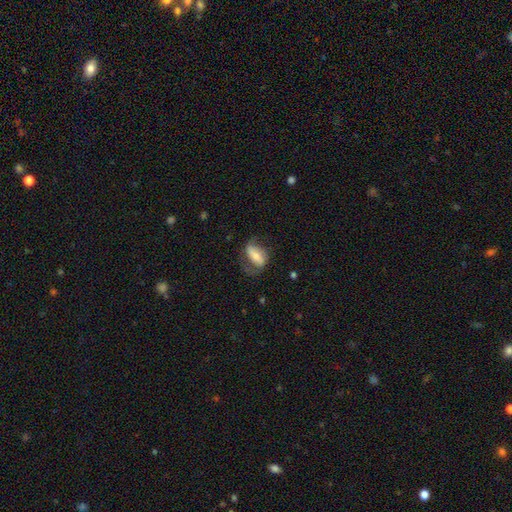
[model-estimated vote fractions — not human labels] Smooth or featured? Predicted: featured or disk (p=0.54). Edge-on disk? Predicted: no (p=0.92). Merging? Predicted: none (p=0.53).